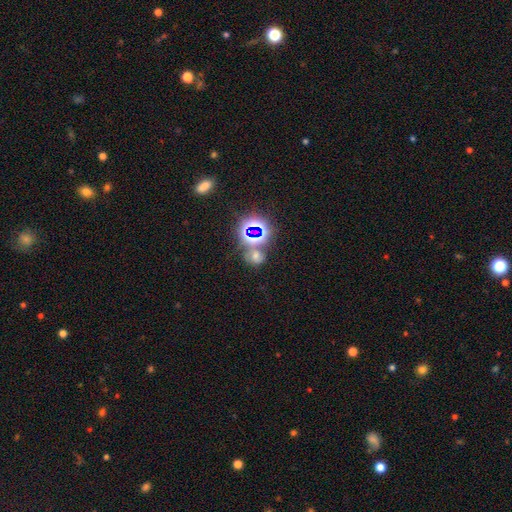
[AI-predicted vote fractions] A star or artifact, not a galaxy (47%).